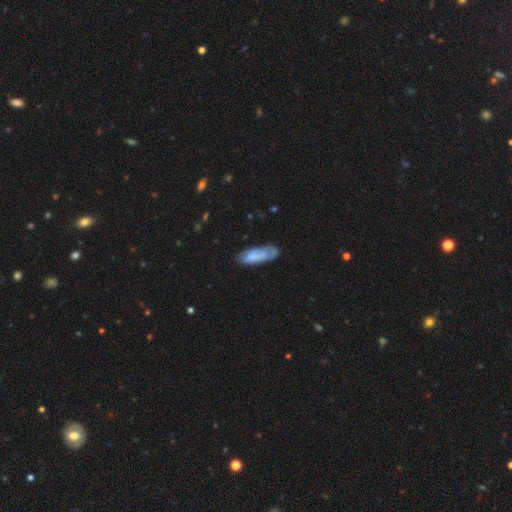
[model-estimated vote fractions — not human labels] The model was most divided on "how rounded": in between: 62%, cigar-shaped: 36%, round: 2%. More confident: smooth or featured — smooth (67%); merging — none (58%).